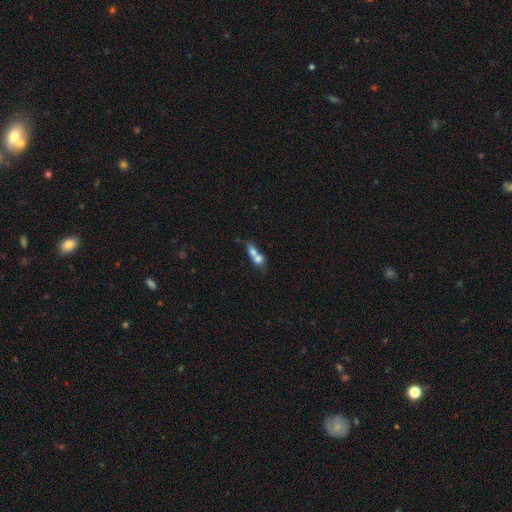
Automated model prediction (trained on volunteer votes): smooth 64%, featured or disk 26%, star or artifact 10%. Down the decision tree: how rounded — in between (47%); merging — merger (75%).